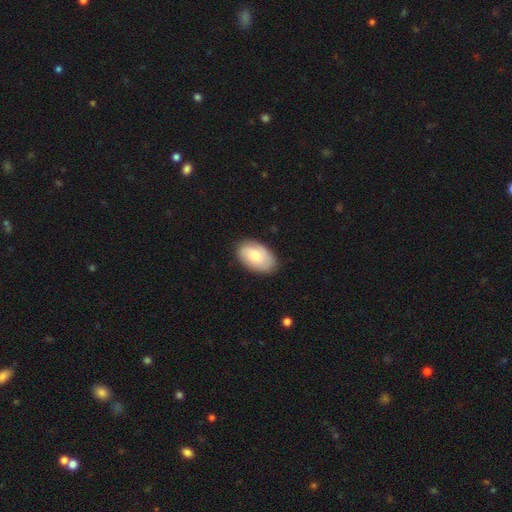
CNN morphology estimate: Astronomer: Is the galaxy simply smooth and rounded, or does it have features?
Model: smooth — 72%.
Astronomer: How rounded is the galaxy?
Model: in between — 92%.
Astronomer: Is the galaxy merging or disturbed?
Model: none — 83%.